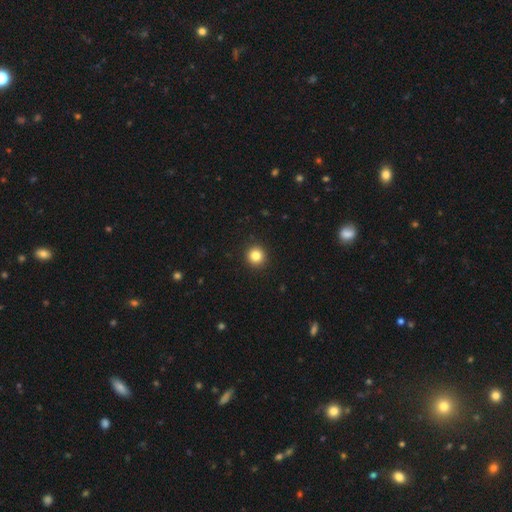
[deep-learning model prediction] Smooth or featured? Predicted: smooth (p=0.83). How rounded? Predicted: round (p=0.94). Merging? Predicted: none (p=0.93).